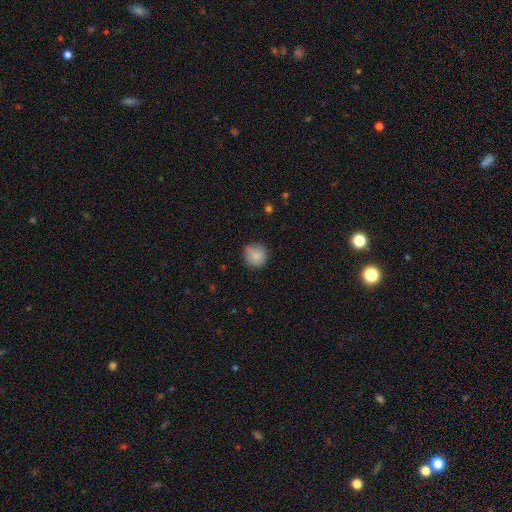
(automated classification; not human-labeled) smooth_or_featured: smooth (p=0.85) [alt: star or artifact p=0.09]
how_rounded: round (p=0.90) [alt: in between p=0.09]
merging: none (p=0.74) [alt: minor disturbance p=0.21]